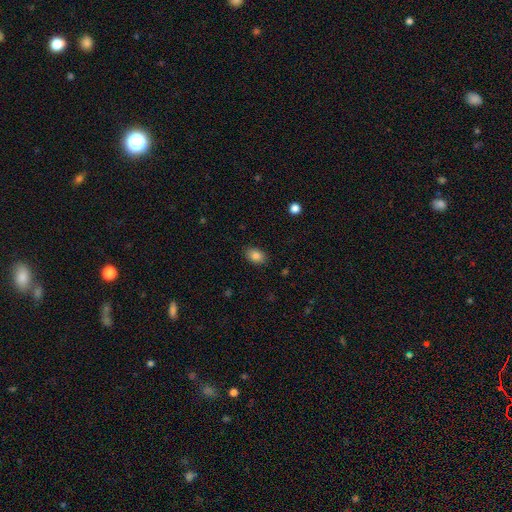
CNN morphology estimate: Smooth or featured? smooth (85%)
How rounded? in between (78%)
Merging? none (86%)